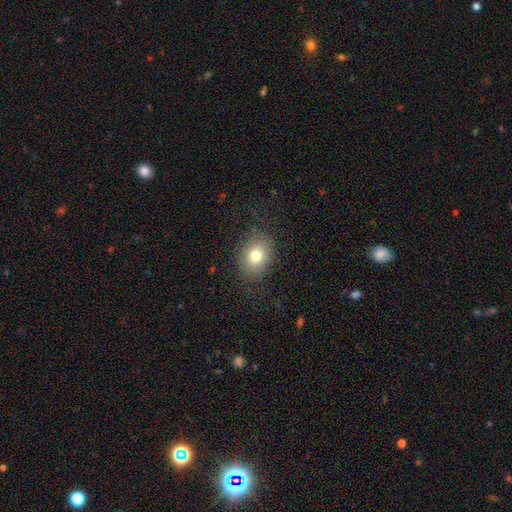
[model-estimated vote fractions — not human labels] A smooth galaxy with no disk features (77%) that is in between round and cigar-shaped (54%). Merging: none (80%).